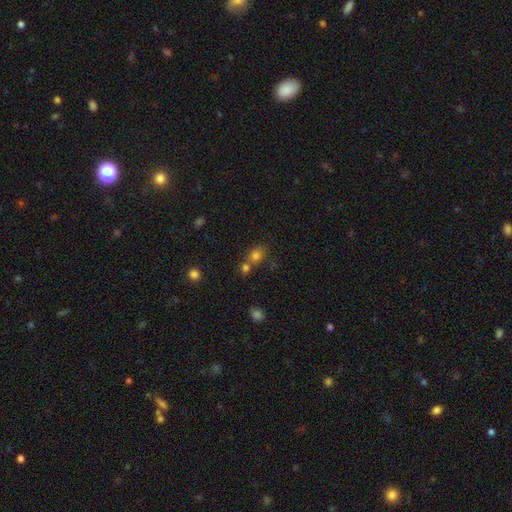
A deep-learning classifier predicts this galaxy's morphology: A smooth galaxy with no disk features (77%) that is round (57%).

Vote fractions:
- Smooth or featured? smooth: 77% / star or artifact: 15% / featured or disk: 8%
- How rounded? round: 57% / in between: 42% / cigar-shaped: 1%
- Merging? none: 50% / merger: 37% / minor disturbance: 10% / major disturbance: 4%